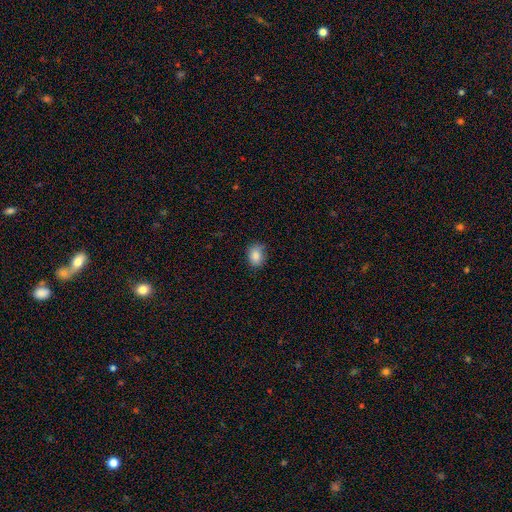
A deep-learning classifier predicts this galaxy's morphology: This appears to be a smooth galaxy with no disk features (85%) that is in between round and cigar-shaped (54%). Merging: none (75%).